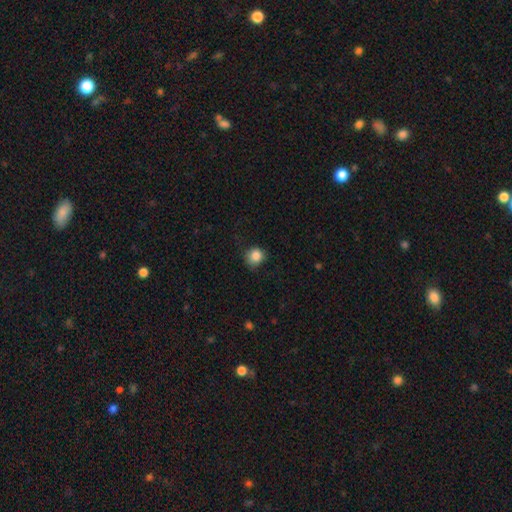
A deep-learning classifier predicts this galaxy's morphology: A smooth galaxy with no disk features (85%) that is round (84%). Merging: none (71%).